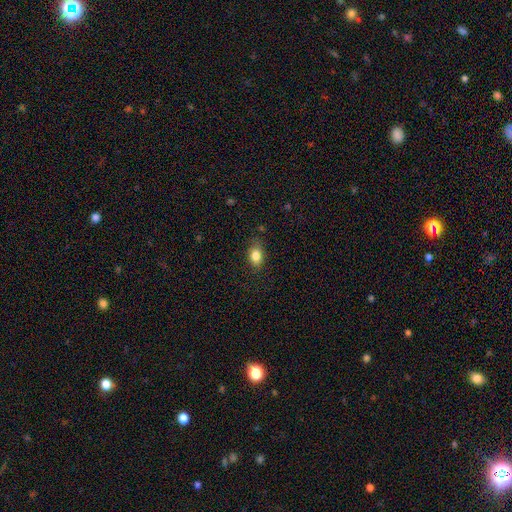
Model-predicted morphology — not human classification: This is clearly a smooth galaxy (83%). How rounded: likely in between (79%). Merging: likely none (79%).